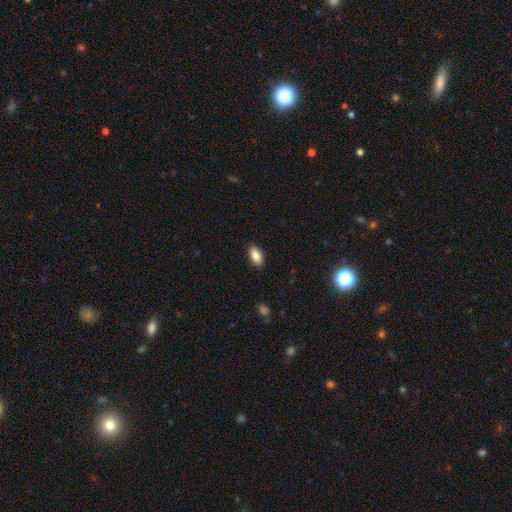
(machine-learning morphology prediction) type=smooth (87%); roundness=in between (93%); merging=none (89%).